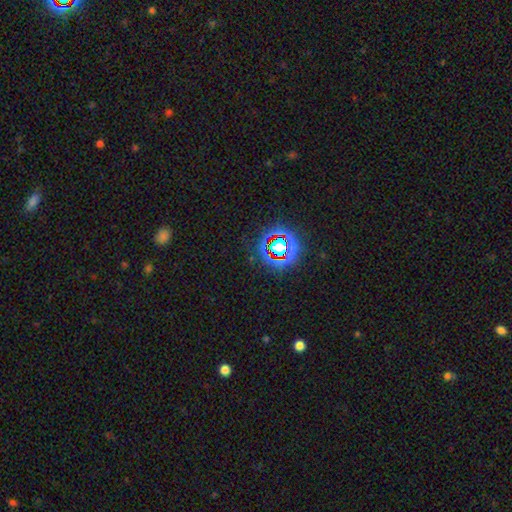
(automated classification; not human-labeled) Smooth or featured? Predicted: star or artifact (p=0.78).